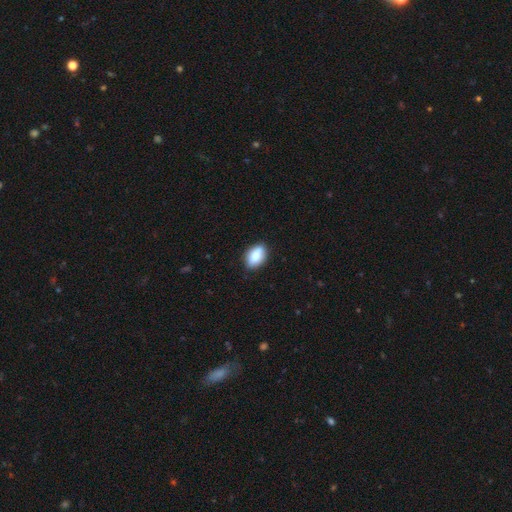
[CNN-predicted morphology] Smooth or featured? Predicted: smooth (p=0.80). How rounded? Predicted: in between (p=0.87). Merging? Predicted: none (p=0.85).